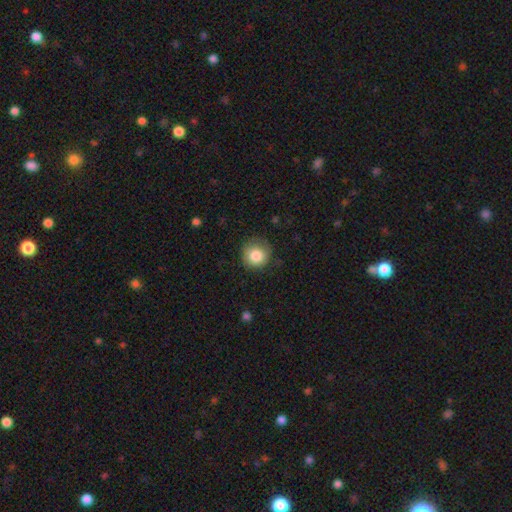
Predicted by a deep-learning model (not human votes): A smooth galaxy with no disk features (84%) that is round (93%). Merging: none (78%).